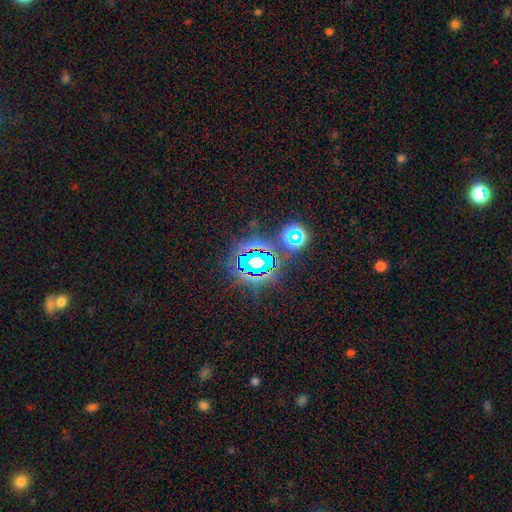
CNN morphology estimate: Smooth or featured? star or artifact (80%)